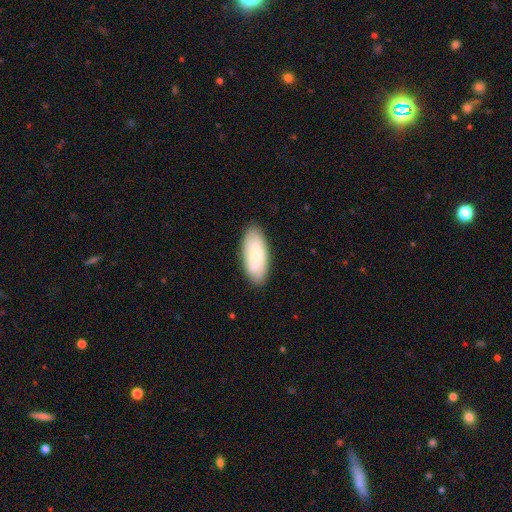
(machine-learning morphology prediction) smooth 75%, featured or disk 19%, star or artifact 6%. Down the decision tree: how rounded — in between (82%); merging — none (88%).